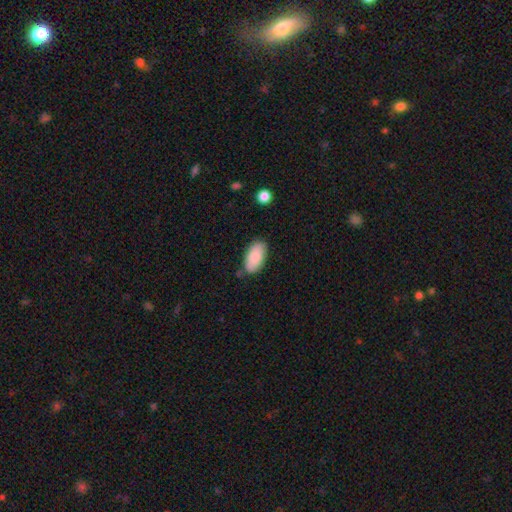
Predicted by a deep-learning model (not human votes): Morphology: type=smooth (87%); roundness=in between (94%); merging=none (77%).